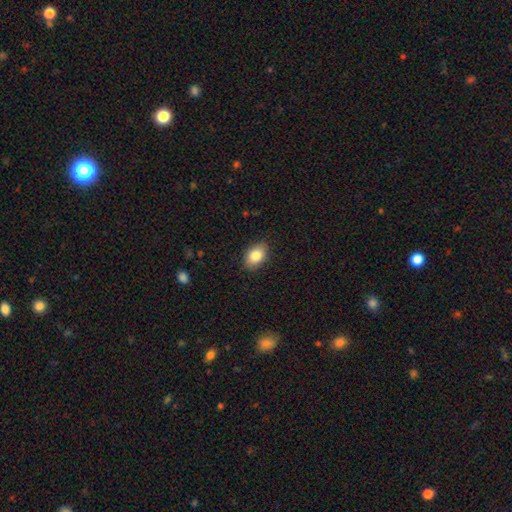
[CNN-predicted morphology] Q: Smooth or featured?
A: smooth (84%); runner-up: featured or disk (8%)
Q: How rounded?
A: in between (84%); runner-up: round (15%)
Q: Merging?
A: none (86%); runner-up: minor disturbance (11%)